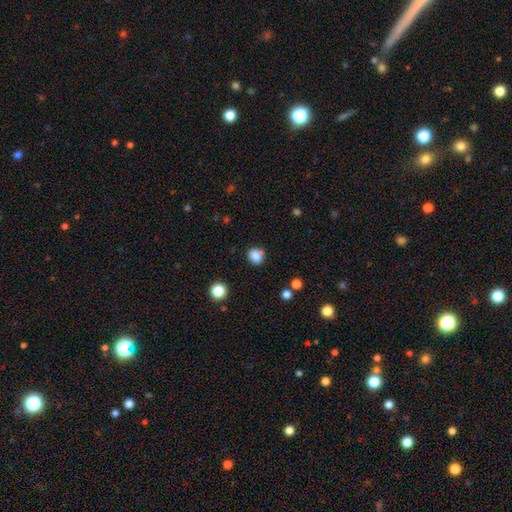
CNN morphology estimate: smooth 84%, star or artifact 11%, featured or disk 5%. Down the decision tree: how rounded — round (76%); merging — none (79%).